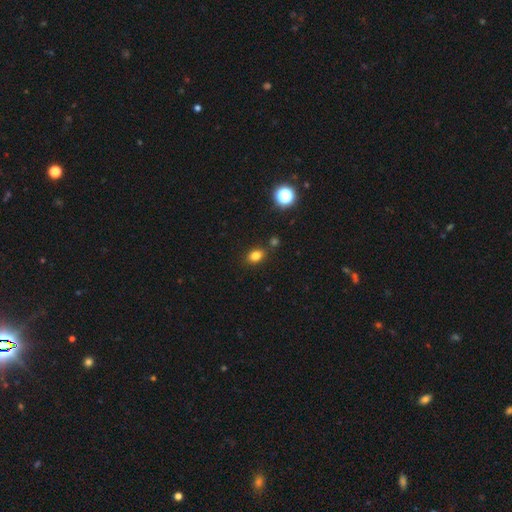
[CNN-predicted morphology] type=smooth (80%); roundness=in between (69%); merging=none (81%).